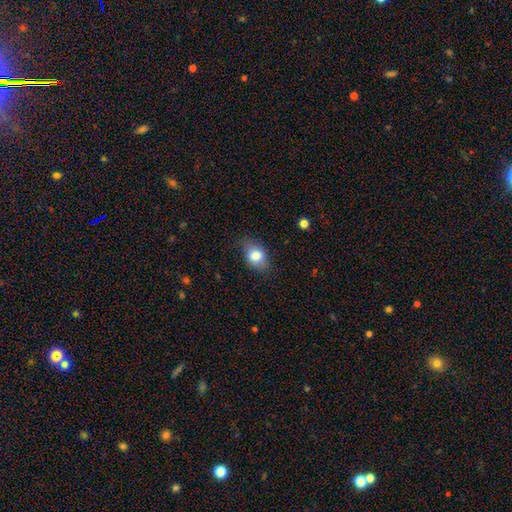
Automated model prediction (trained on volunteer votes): Smooth or featured? smooth (80%)
How rounded? in between (80%)
Merging? none (79%)